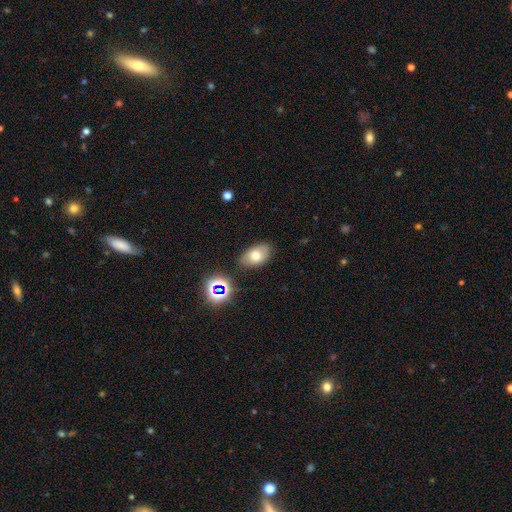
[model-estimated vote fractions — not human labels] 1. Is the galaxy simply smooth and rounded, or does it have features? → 67% smooth, 20% featured or disk, 13% star or artifact.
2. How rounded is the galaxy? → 89% in between, 9% round, 1% cigar-shaped.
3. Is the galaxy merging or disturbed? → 80% none, 14% minor disturbance, 3% major disturbance, 3% merger.